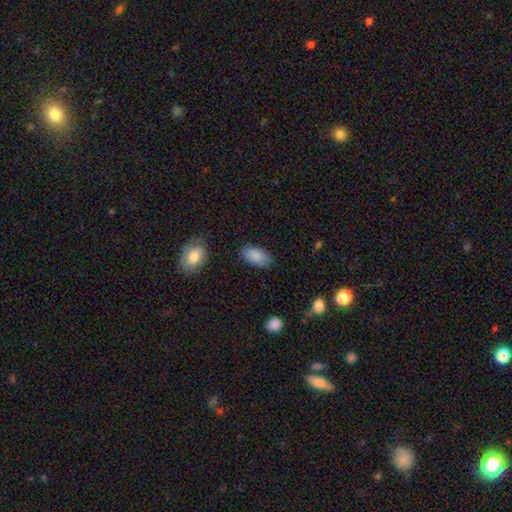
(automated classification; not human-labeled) smooth 86%, featured or disk 7%, star or artifact 7%. Down the decision tree: how rounded — in between (94%); merging — none (85%).